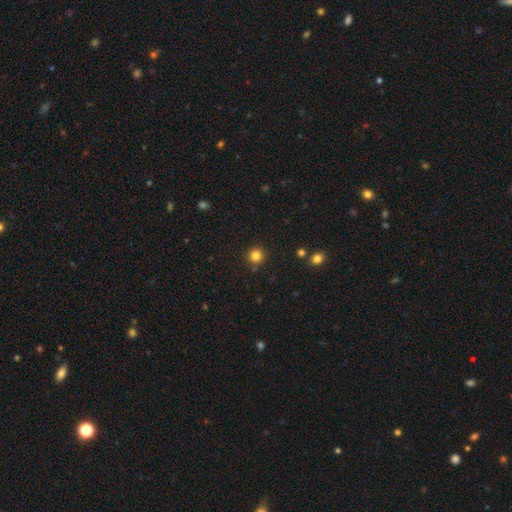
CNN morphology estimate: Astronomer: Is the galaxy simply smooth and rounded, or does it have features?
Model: smooth — 83%.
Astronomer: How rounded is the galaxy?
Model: round — 95%.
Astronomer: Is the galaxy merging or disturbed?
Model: none — 88%.